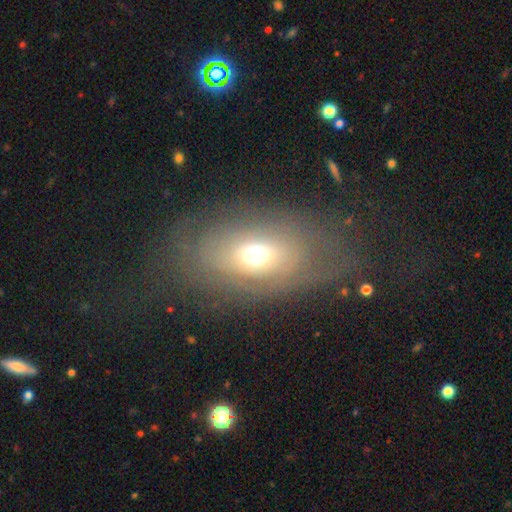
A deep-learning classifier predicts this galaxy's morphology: This appears to be a smooth galaxy with no disk features (48%). Merging: none (63%).